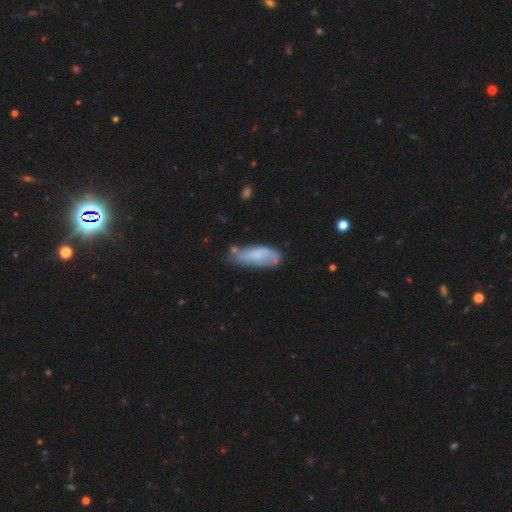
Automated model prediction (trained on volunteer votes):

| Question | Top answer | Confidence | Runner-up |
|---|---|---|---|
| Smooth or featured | smooth | 63% | featured or disk (30%) |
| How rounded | in between | 69% | cigar-shaped (29%) |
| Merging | none | 53% | minor disturbance (30%) |